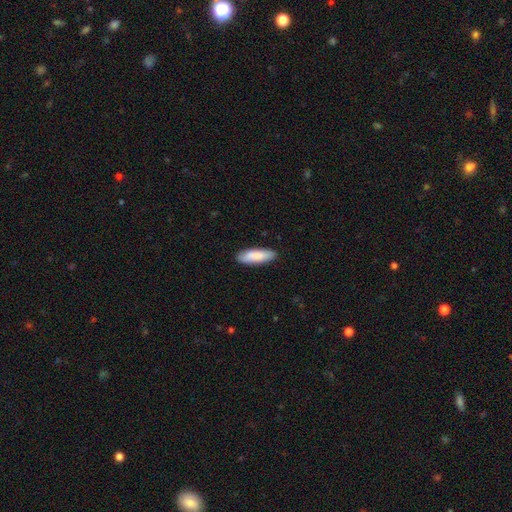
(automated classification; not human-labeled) Morphology: type=smooth (87%); roundness=cigar-shaped (50%); merging=none (88%).